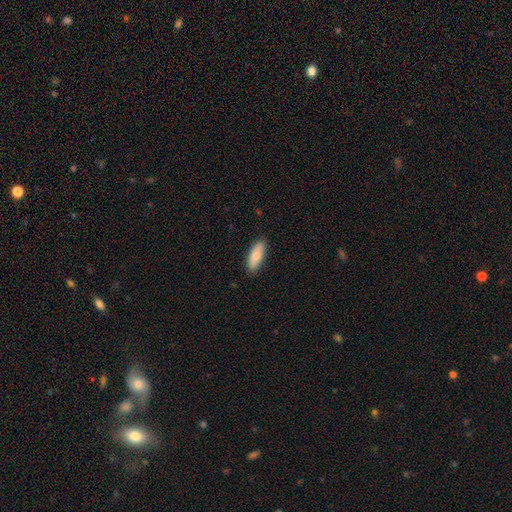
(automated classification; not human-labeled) Smooth or featured? Predicted: smooth (p=0.82). How rounded? Predicted: in between (p=0.68). Merging? Predicted: none (p=0.86).